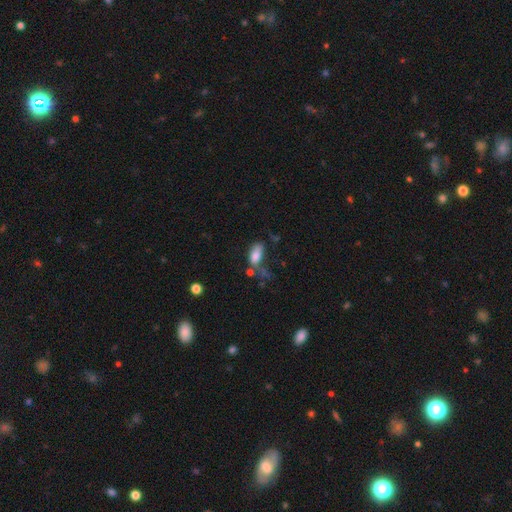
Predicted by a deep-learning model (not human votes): Smooth or featured?
  - smooth: 77% *
  - featured or disk: 13%
  - star or artifact: 9%
How rounded?
  - in between: 89% *
  - cigar-shaped: 7%
  - round: 4%
Merging?
  - none: 37% *
  - major disturbance: 23%
  - minor disturbance: 23%
  - merger: 18%